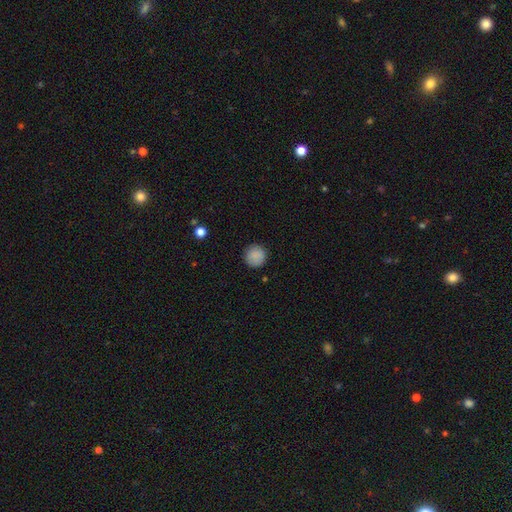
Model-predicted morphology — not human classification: Overall: smooth (87%). How rounded: round (94%). Merging: none (89%).